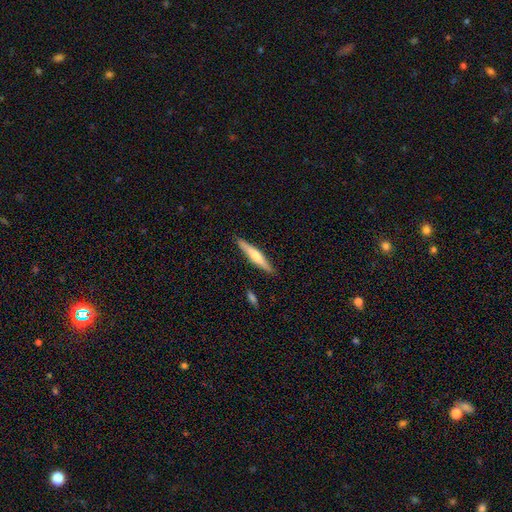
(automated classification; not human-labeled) A smooth galaxy with no disk features (49%).

Vote fractions:
- Smooth or featured? smooth: 49% / featured or disk: 45% / star or artifact: 5%
- Merging? none: 88% / minor disturbance: 8% / major disturbance: 2% / merger: 2%